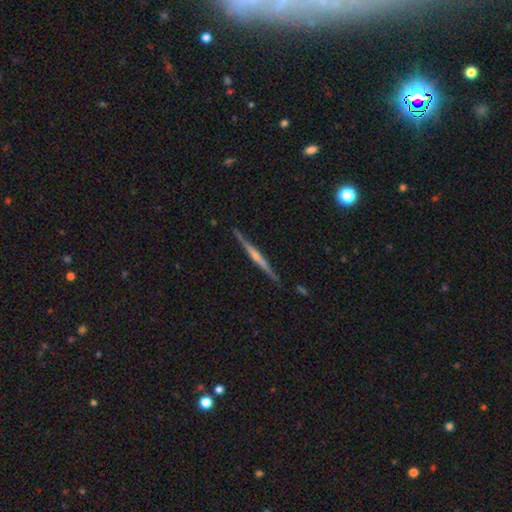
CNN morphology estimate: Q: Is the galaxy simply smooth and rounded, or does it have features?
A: featured or disk — 75%.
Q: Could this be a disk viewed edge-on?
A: yes — 98%.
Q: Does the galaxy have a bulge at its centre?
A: rounded — 56%.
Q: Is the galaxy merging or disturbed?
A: none — 90%.